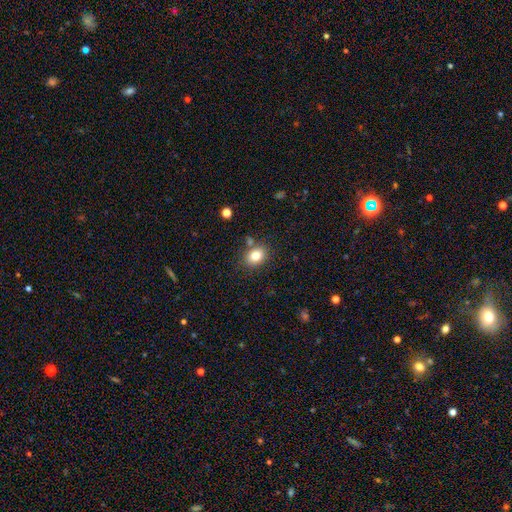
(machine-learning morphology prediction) smooth_or_featured: smooth (p=0.80) [alt: star or artifact p=0.10]
how_rounded: in between (p=0.63) [alt: round p=0.36]
merging: none (p=0.76) [alt: minor disturbance p=0.12]